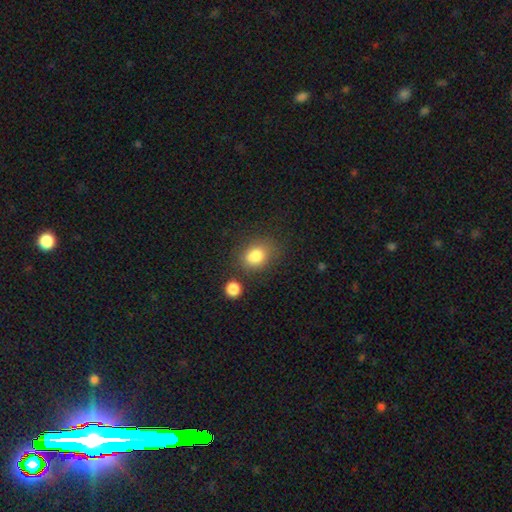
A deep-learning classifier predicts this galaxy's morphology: Smooth or featured?
  - smooth: 82% *
  - star or artifact: 10%
  - featured or disk: 8%
How rounded?
  - in between: 58% *
  - round: 41%
  - cigar-shaped: 1%
Merging?
  - none: 64% *
  - minor disturbance: 18%
  - merger: 12%
  - major disturbance: 7%